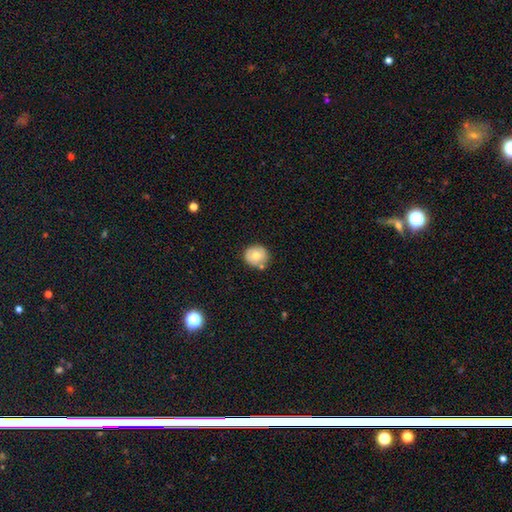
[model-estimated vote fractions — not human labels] smooth 70%, featured or disk 22%, star or artifact 9%. Down the decision tree: how rounded — round (83%); merging — none (73%).